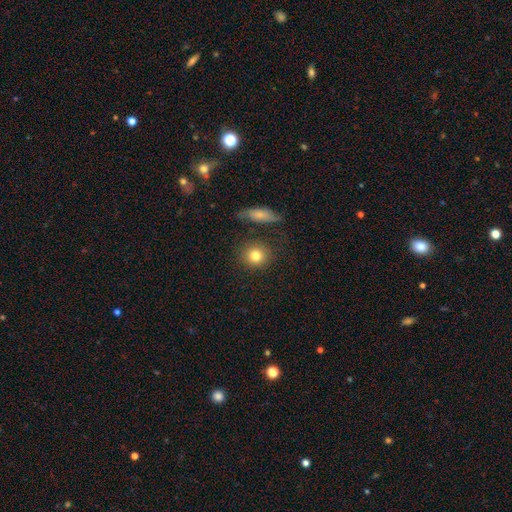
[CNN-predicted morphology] This appears to be a smooth galaxy with no disk features (81%) that is round (86%). Merging: none (82%).